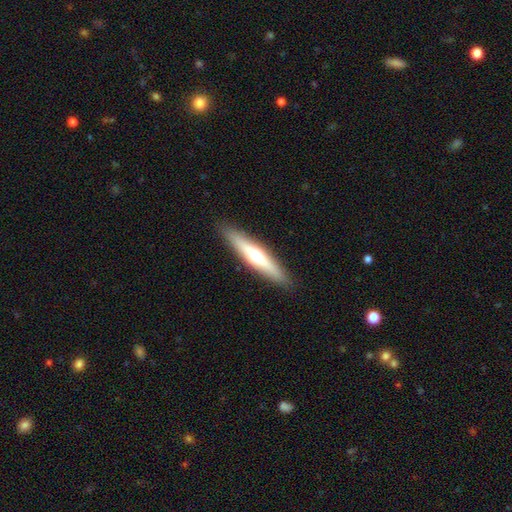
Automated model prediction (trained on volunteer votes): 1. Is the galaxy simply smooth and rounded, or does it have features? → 52% featured or disk, 42% smooth, 6% star or artifact.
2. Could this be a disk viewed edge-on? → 92% yes, 8% no.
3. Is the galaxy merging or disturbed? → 90% none, 7% minor disturbance, 2% major disturbance, 1% merger.